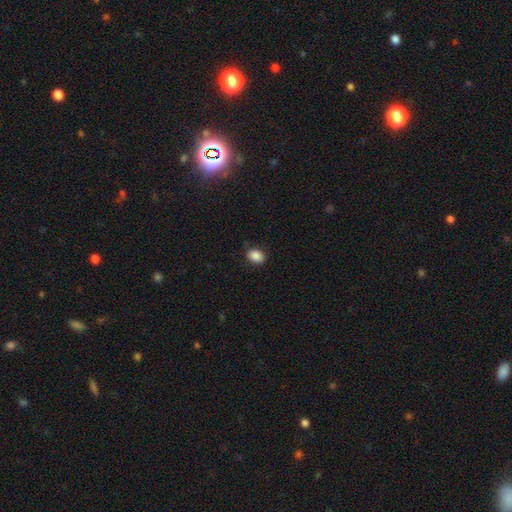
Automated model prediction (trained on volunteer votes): Q: Smooth or featured?
A: smooth (88%); runner-up: star or artifact (9%)
Q: How rounded?
A: in between (69%); runner-up: round (30%)
Q: Merging?
A: none (85%); runner-up: minor disturbance (11%)